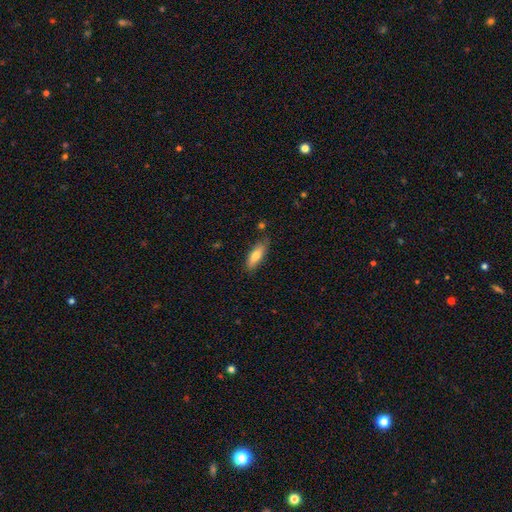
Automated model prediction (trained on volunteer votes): The model was most divided on "how rounded": in between: 59%, cigar-shaped: 39%, round: 2%. More confident: merging — none (77%); smooth or featured — smooth (76%).